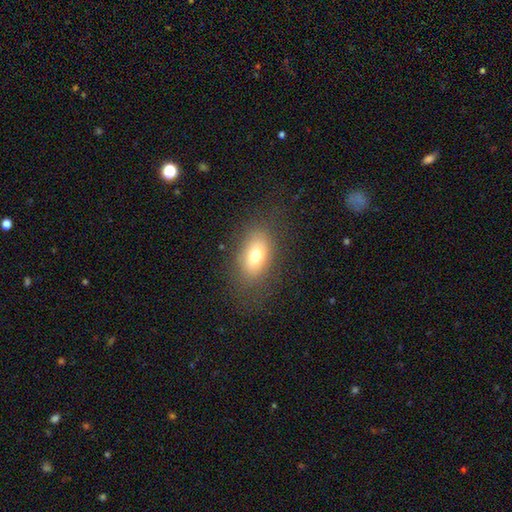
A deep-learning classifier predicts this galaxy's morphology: type=smooth (72%); roundness=in between (86%); merging=none (78%).